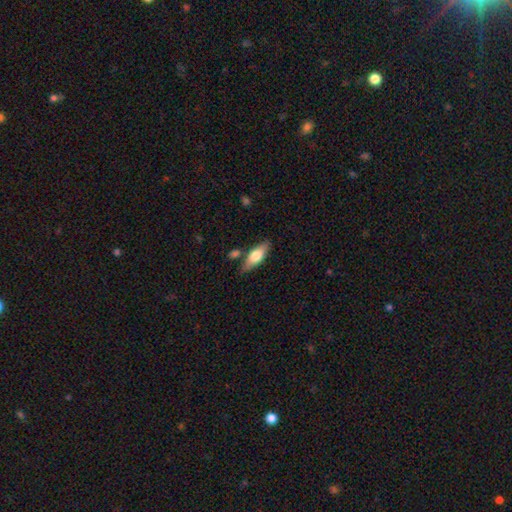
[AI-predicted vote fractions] Q: Smooth or featured?
A: smooth (61%); runner-up: featured or disk (33%)
Q: How rounded?
A: in between (67%); runner-up: cigar-shaped (30%)
Q: Merging?
A: none (76%); runner-up: minor disturbance (14%)